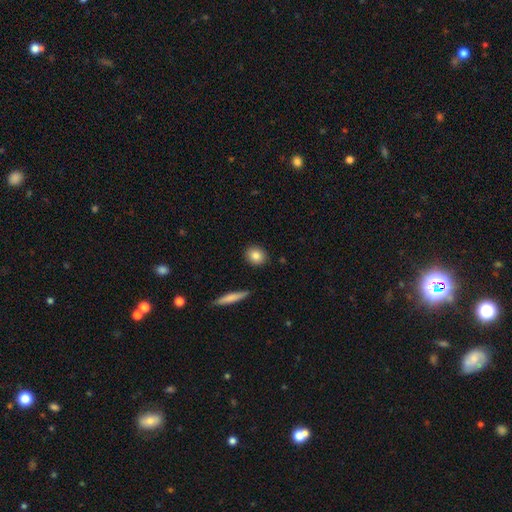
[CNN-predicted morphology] Smooth or featured?
  - smooth: 84% *
  - featured or disk: 8%
  - star or artifact: 8%
How rounded?
  - round: 68% *
  - in between: 29%
  - cigar-shaped: 3%
Merging?
  - none: 89% *
  - minor disturbance: 7%
  - merger: 2%
  - major disturbance: 2%